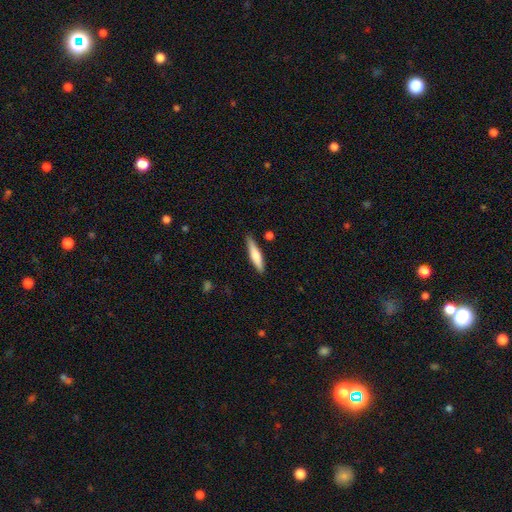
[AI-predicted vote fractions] The model was most divided on "smooth or featured": smooth: 69%, featured or disk: 26%, star or artifact: 6%. More confident: merging — none (84%); how rounded — cigar-shaped (82%).